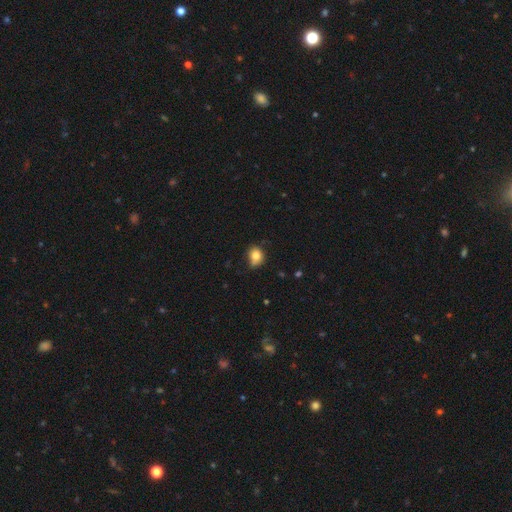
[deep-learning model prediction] Smooth or featured? Predicted: smooth (p=0.80). How rounded? Predicted: round (p=0.57). Merging? Predicted: none (p=0.57).